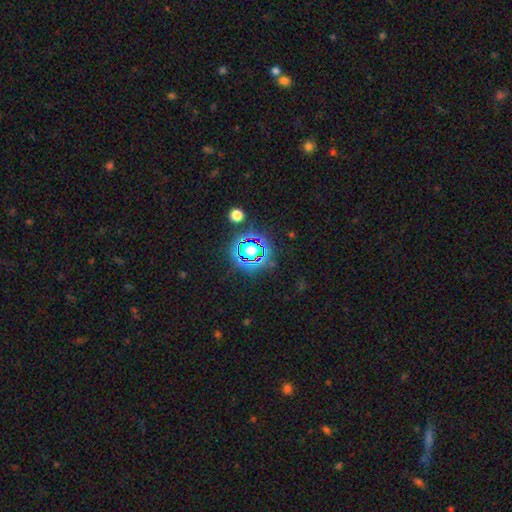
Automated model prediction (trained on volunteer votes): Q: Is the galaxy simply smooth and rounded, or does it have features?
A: star or artifact — 79%.